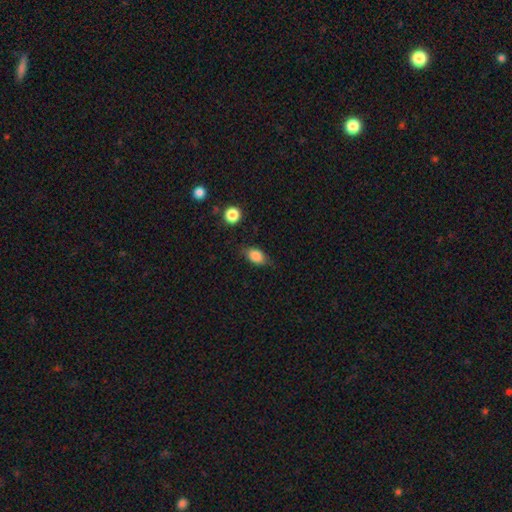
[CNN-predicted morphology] This is clearly a smooth galaxy (82%). How rounded: clearly in between (82%). Merging: likely none (70%).